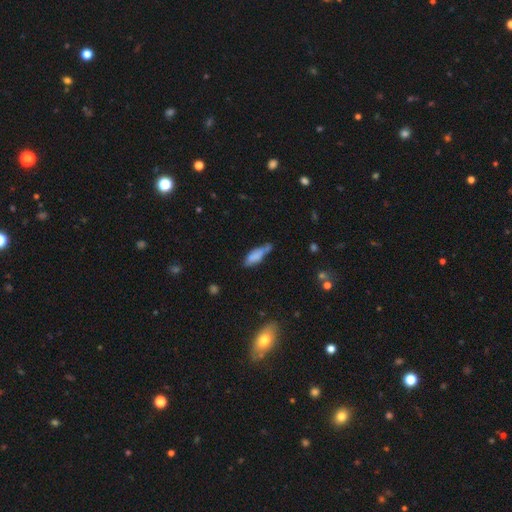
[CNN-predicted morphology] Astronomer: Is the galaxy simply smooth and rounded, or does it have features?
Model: smooth — 75%.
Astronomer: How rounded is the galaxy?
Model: in between — 62%.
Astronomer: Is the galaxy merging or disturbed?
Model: none — 39% (runner-up: minor disturbance, 33%).